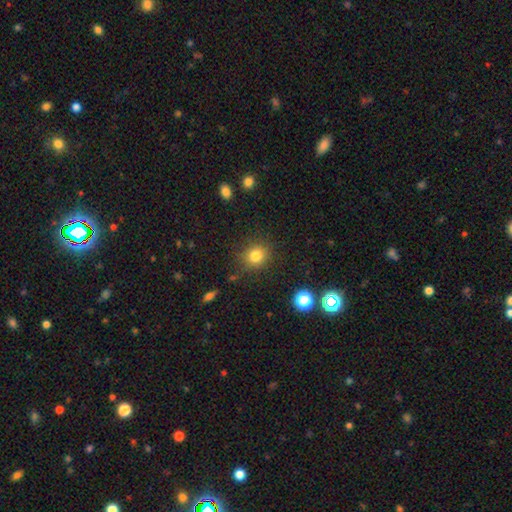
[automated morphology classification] Smooth or featured?
  - smooth: 80% *
  - star or artifact: 14%
  - featured or disk: 7%
How rounded?
  - round: 83% *
  - in between: 16%
  - cigar-shaped: 1%
Merging?
  - none: 84% *
  - minor disturbance: 10%
  - major disturbance: 4%
  - merger: 2%